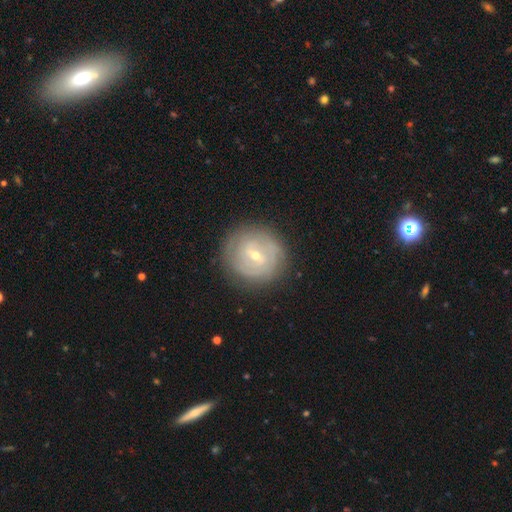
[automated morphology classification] type=featured or disk (73%); edge-on=no (97%); bar=weak (56%); spiral arms=yes (81%); winding=tight (72%); arm count=can't tell (43%); bulge=small (62%); merging=none (84%).